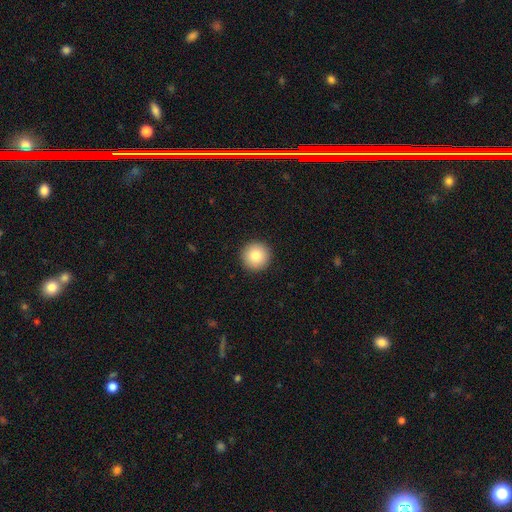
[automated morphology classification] A smooth galaxy with no disk features (84%) that is round (96%).

Vote fractions:
- Smooth or featured? smooth: 84% / star or artifact: 8% / featured or disk: 7%
- How rounded? round: 96% / in between: 3% / cigar-shaped: 1%
- Merging? none: 93% / minor disturbance: 4% / major disturbance: 1% / merger: 1%